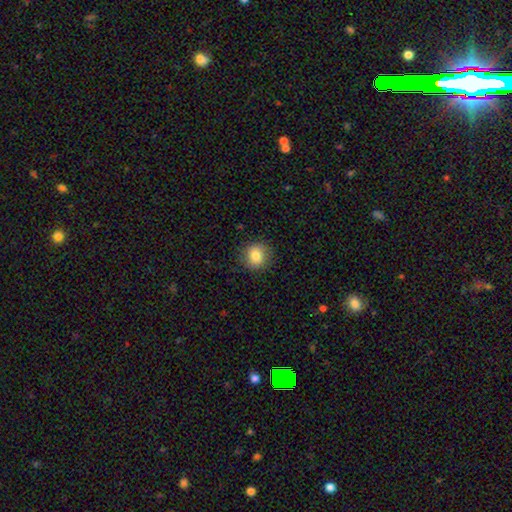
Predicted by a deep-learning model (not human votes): A smooth galaxy with no disk features (82%) that is round (87%). Merging: none (88%).